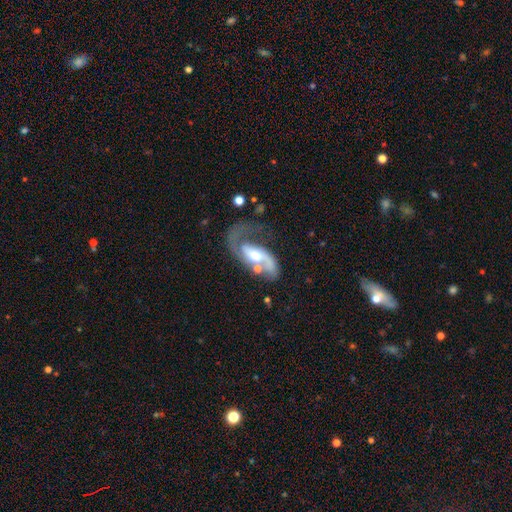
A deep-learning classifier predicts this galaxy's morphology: A featured or disk galaxy (80%) with no bar (42%), 2 (55%) loose (49%) spiral arms (91%) and a moderate central bulge (61%). Merging: major disturbance (35%).